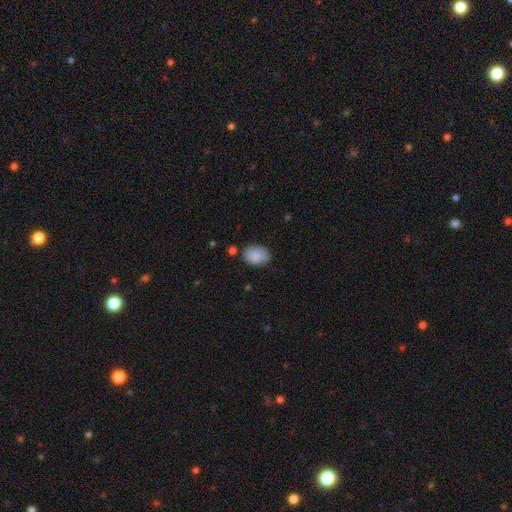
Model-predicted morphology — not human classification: type=smooth (87%); roundness=in between (75%); merging=none (71%).